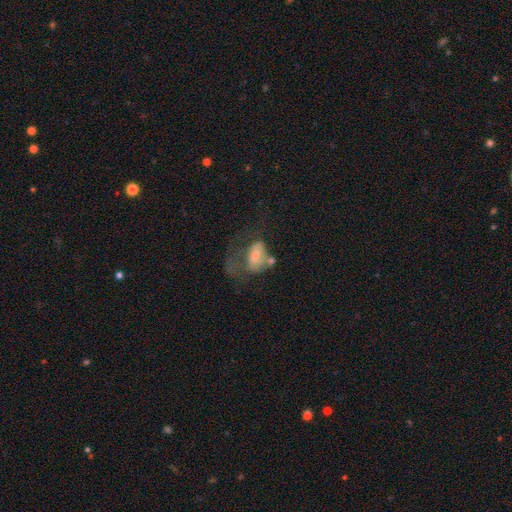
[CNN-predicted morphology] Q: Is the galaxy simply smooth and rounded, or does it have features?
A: smooth — 53%.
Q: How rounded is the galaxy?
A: in between — 84%.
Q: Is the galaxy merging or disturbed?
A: major disturbance — 55%.